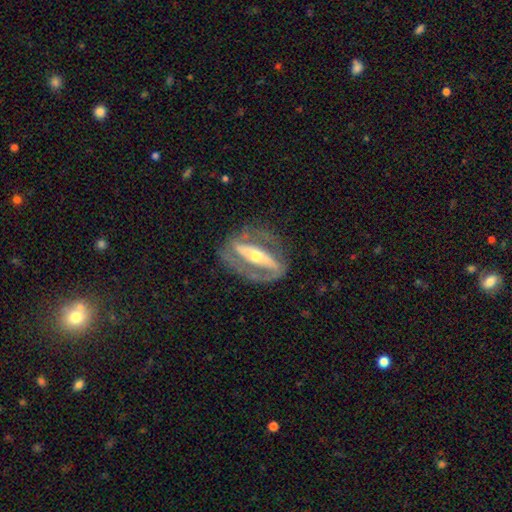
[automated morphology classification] This is clearly a featured or disk galaxy (84%). It is clearly not viewed edge-on (81%). Bar: likely strong (75%). Spiral arm pattern: likely yes (68%). Central bulge: possibly moderate (58%). Merging: likely none (75%).